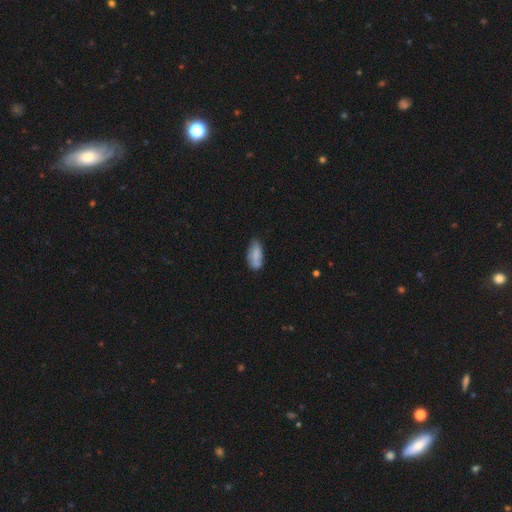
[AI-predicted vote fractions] smooth_or_featured: smooth (p=0.74) [alt: featured or disk p=0.19]
how_rounded: in between (p=0.87) [alt: cigar-shaped p=0.11]
merging: none (p=0.59) [alt: minor disturbance p=0.29]